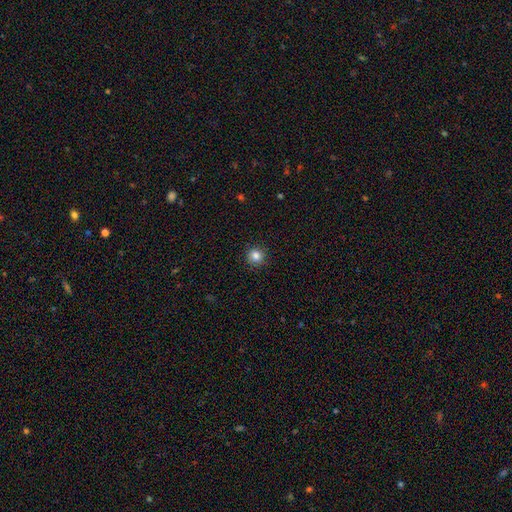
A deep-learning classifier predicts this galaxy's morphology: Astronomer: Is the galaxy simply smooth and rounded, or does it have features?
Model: smooth — 84%.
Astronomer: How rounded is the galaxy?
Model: round — 94%.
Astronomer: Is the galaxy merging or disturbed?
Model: none — 91%.